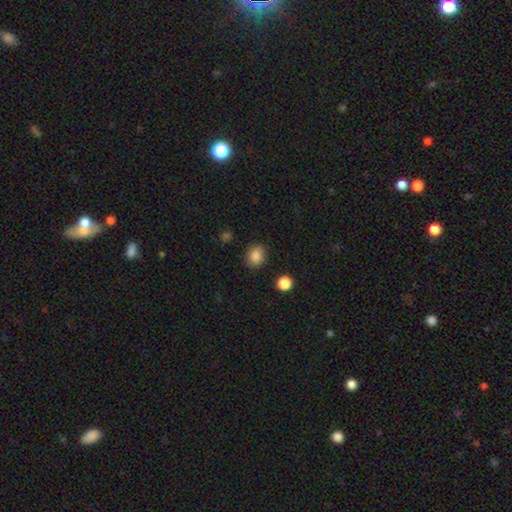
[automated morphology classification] A smooth galaxy with no disk features (86%) that is round (57%). Merging: none (85%).